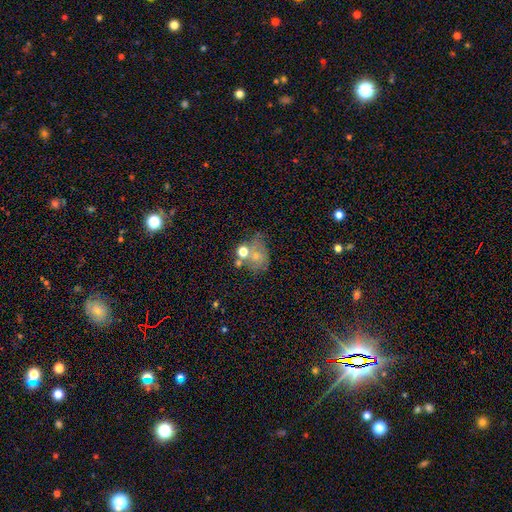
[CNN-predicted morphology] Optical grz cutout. It shows a smooth galaxy with no disk features (38%). Merging: none (48%).